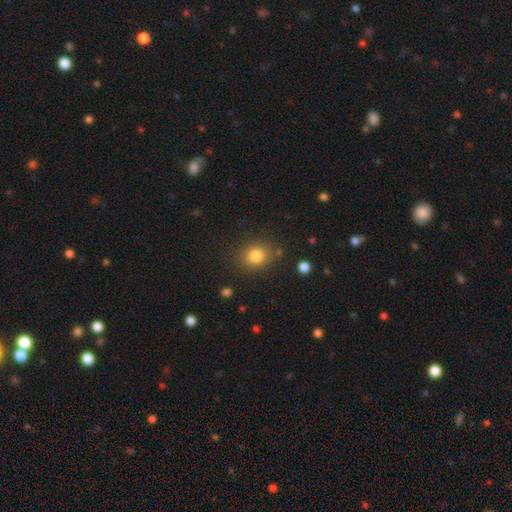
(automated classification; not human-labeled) This is clearly a smooth galaxy (82%). How rounded: likely round (74%). Merging: clearly none (83%).